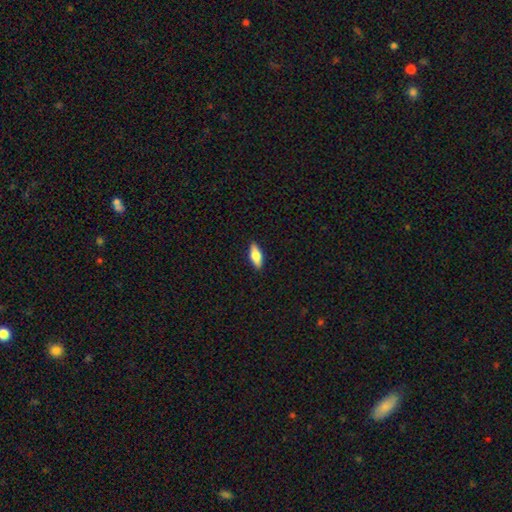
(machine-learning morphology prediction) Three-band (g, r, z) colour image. It shows a smooth galaxy with no disk features (68%) that is in between round and cigar-shaped (71%). Merging: none (89%).